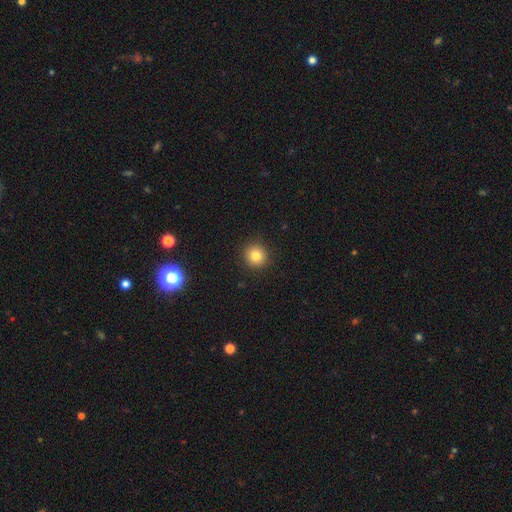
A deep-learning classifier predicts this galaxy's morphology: Overall: smooth (81%). How rounded: round (93%). Merging: none (92%).